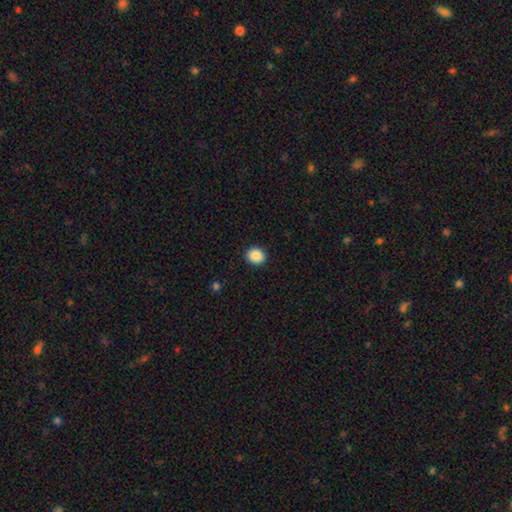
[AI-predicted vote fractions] Morphology: type=smooth (89%); roundness=round (75%); merging=none (91%).